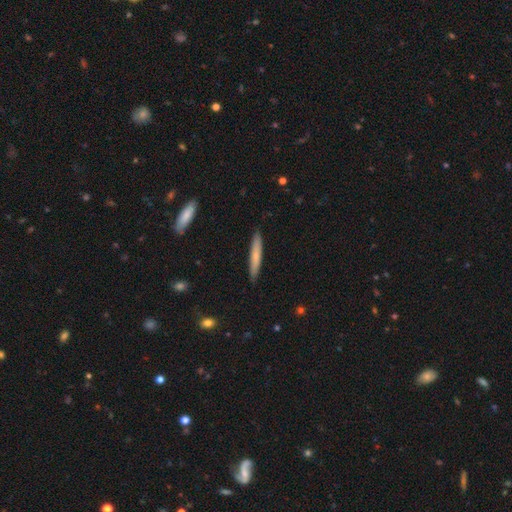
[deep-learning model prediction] Smooth or featured? Predicted: smooth (p=0.67). How rounded? Predicted: cigar-shaped (p=0.94). Merging? Predicted: none (p=0.89).